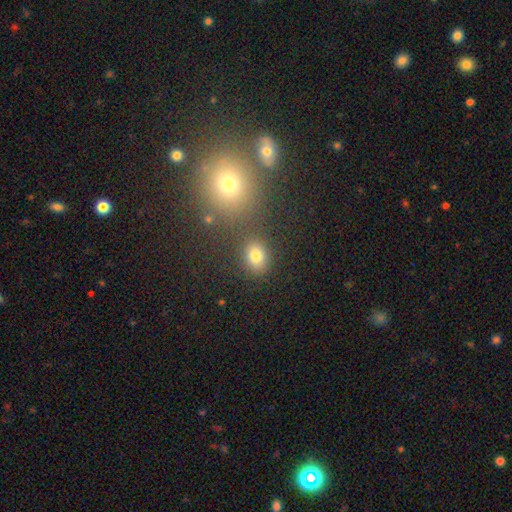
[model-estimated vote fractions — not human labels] smooth-or-featured: smooth: 77% | star or artifact: 15% | featured or disk: 8%
  how-rounded: in between: 58% | round: 41% | cigar-shaped: 2%
  merging: none: 79% | minor disturbance: 10% | merger: 7% | major disturbance: 4%